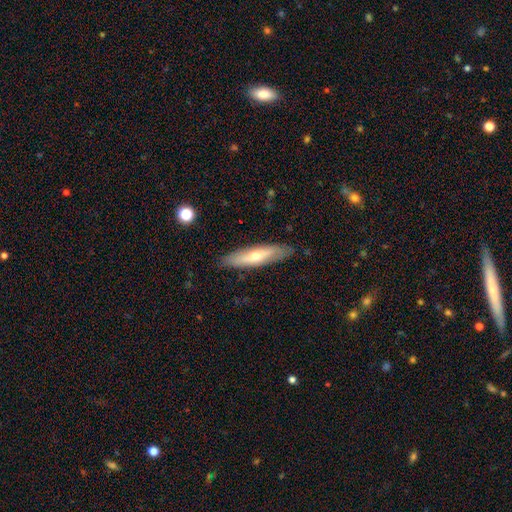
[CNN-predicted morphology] This appears to be a smooth galaxy with no disk features (49%). Merging: none (85%).